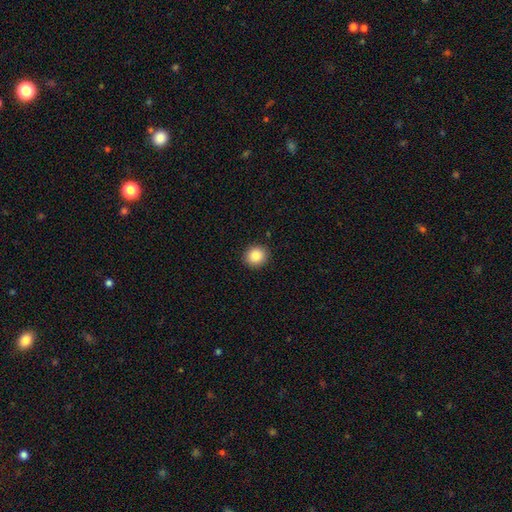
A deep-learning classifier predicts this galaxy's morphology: A smooth galaxy with no disk features (87%) that is round (87%).

Vote fractions:
- Smooth or featured? smooth: 87% / star or artifact: 9% / featured or disk: 4%
- How rounded? round: 87% / in between: 12% / cigar-shaped: 1%
- Merging? none: 91% / minor disturbance: 6% / major disturbance: 2% / merger: 1%